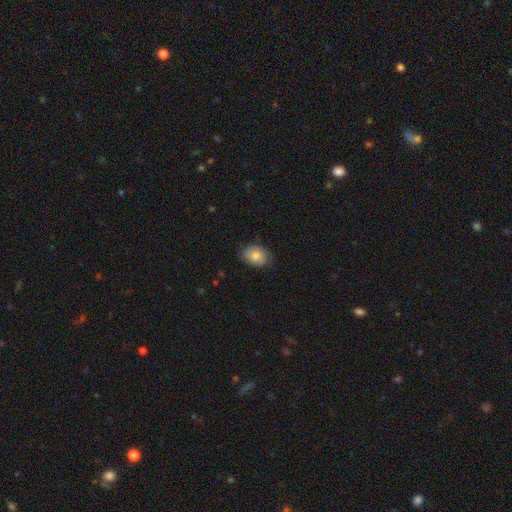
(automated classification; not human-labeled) Q: Smooth or featured?
A: smooth (80%); runner-up: featured or disk (12%)
Q: How rounded?
A: in between (69%); runner-up: round (30%)
Q: Merging?
A: none (77%); runner-up: minor disturbance (18%)